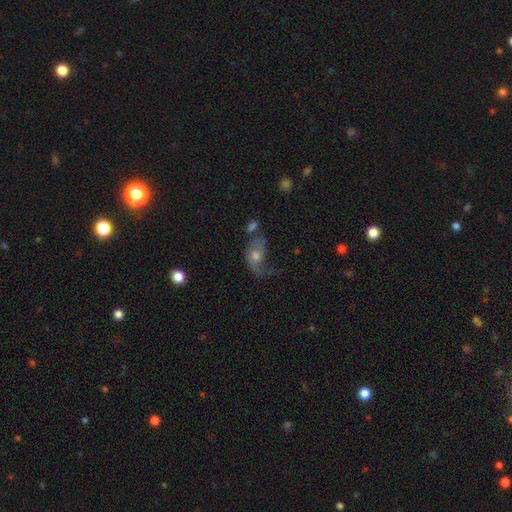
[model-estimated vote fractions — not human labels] This is possibly a featured or disk galaxy (50%). Merging: marginally major disturbance (37%).